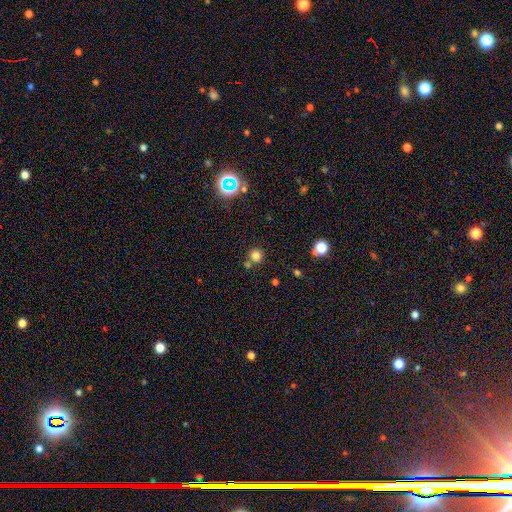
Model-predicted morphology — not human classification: Overall: smooth (77%). How rounded: round (93%). Merging: none (71%).